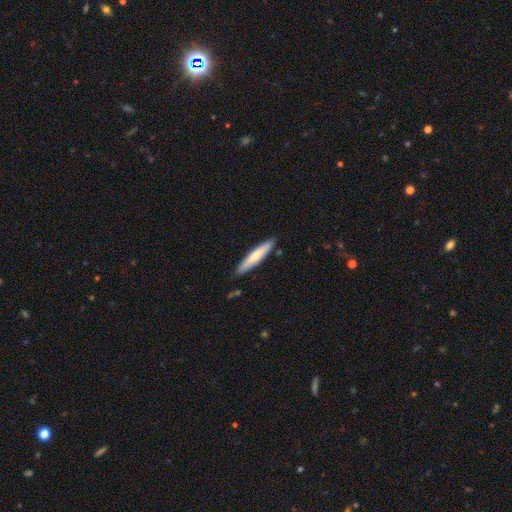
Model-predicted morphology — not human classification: Smooth or featured?
  - smooth: 63% *
  - featured or disk: 31%
  - star or artifact: 5%
How rounded?
  - cigar-shaped: 88% *
  - in between: 11%
  - round: 1%
Merging?
  - none: 87% *
  - minor disturbance: 10%
  - major disturbance: 2%
  - merger: 2%